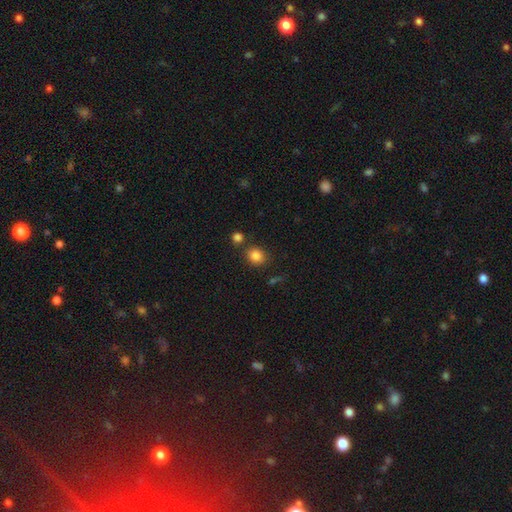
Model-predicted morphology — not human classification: This is clearly a smooth galaxy (84%). How rounded: likely round (70%). Merging: likely none (77%).